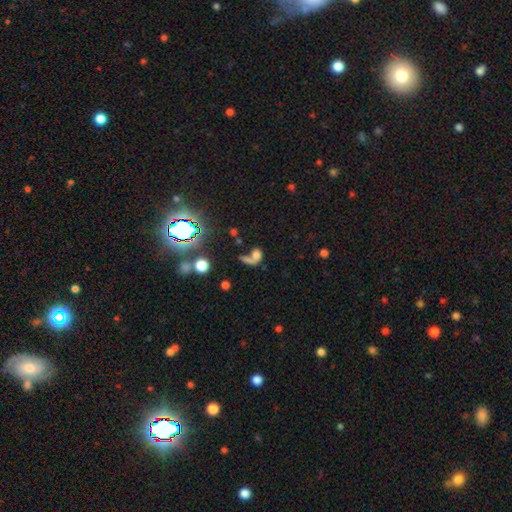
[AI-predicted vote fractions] Smooth or featured? Predicted: smooth (p=0.52). How rounded? Predicted: in between (p=0.54). Merging? Predicted: merger (p=0.44).